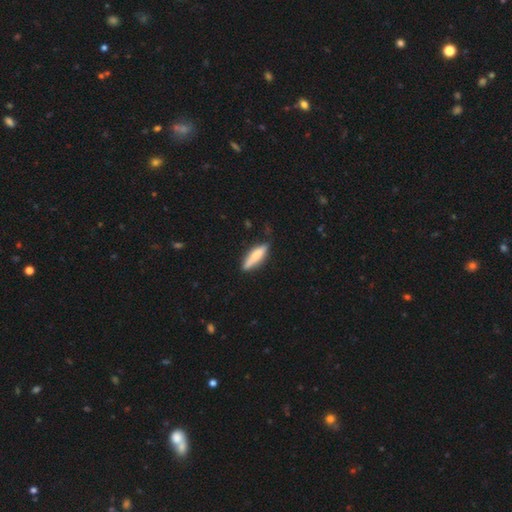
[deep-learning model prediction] This is likely a smooth galaxy (70%). How rounded: likely cigar-shaped (66%). Merging: likely none (71%).